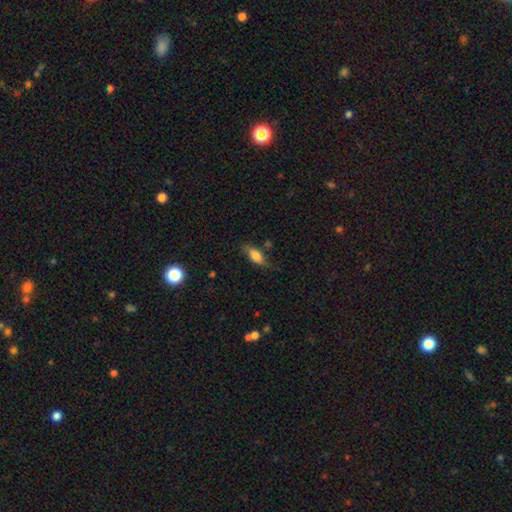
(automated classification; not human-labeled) smooth-or-featured: smooth: 67% | featured or disk: 25% | star or artifact: 8%
  how-rounded: in between: 76% | cigar-shaped: 20% | round: 4%
  merging: none: 66% | minor disturbance: 25% | major disturbance: 6% | merger: 3%